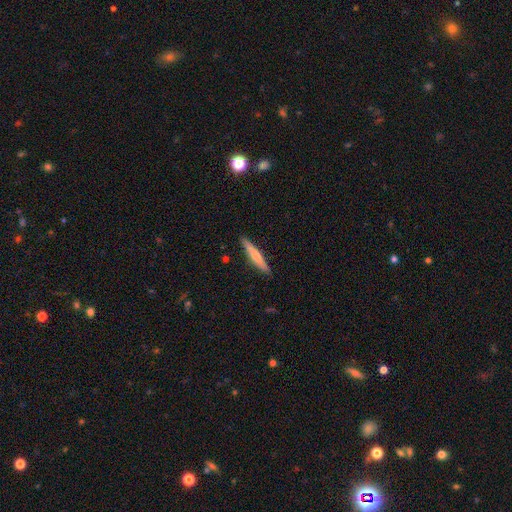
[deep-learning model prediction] Smooth or featured? smooth (47%, tied with featured or disk)
Merging? none (90%)